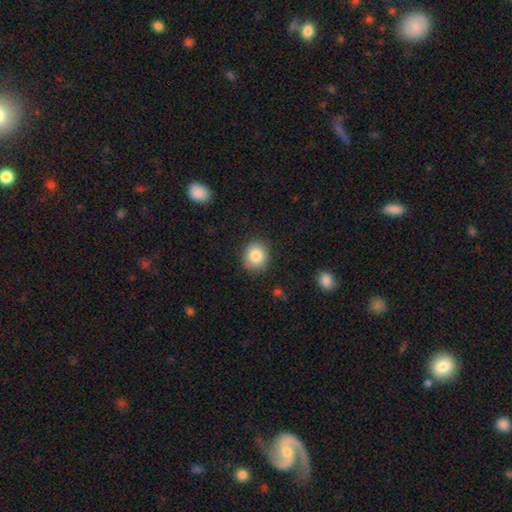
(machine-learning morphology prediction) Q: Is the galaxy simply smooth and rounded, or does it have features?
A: smooth — 84%.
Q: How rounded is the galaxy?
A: round — 75%.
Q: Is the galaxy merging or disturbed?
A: none — 87%.